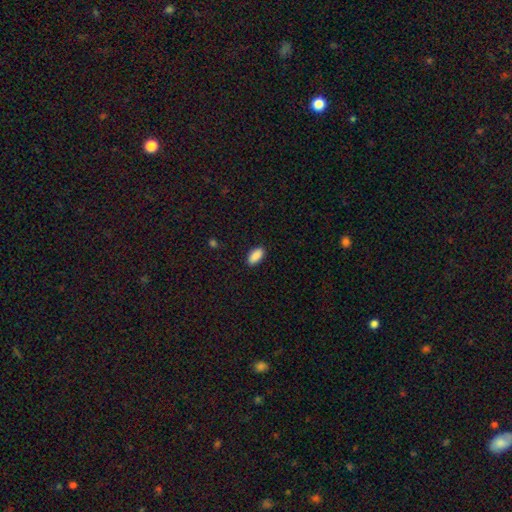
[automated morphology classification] This is clearly a smooth galaxy (90%). How rounded: clearly in between (91%). Merging: clearly none (89%).